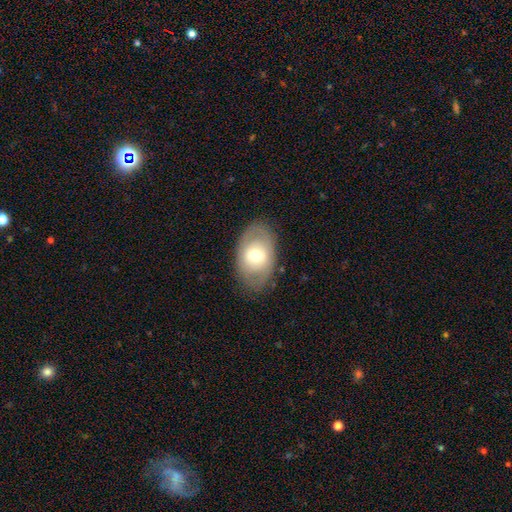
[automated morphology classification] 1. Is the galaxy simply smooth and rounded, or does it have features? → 55% smooth, 38% featured or disk, 7% star or artifact.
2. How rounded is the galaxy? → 85% in between, 14% round, 1% cigar-shaped.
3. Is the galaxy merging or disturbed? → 80% none, 13% minor disturbance, 5% major disturbance, 1% merger.